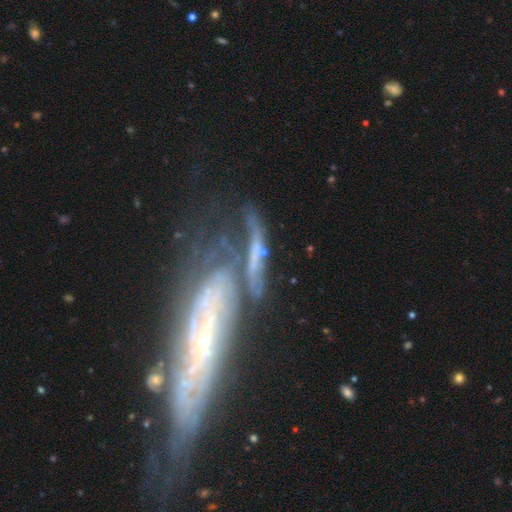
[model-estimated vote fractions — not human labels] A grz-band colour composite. It shows a featured or disk galaxy (63%). Merging: none (38%).